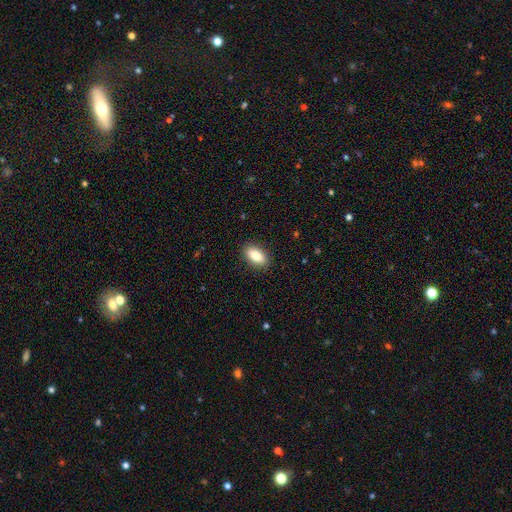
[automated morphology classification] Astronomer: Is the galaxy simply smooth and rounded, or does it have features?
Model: smooth — 84%.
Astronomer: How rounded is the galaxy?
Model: in between — 89%.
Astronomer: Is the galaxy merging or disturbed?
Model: none — 89%.